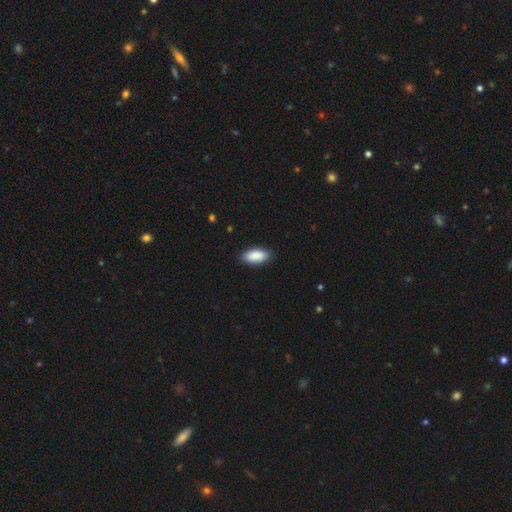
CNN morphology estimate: This appears to be a smooth galaxy with no disk features (90%) that is in between round and cigar-shaped (91%). Merging: none (87%).